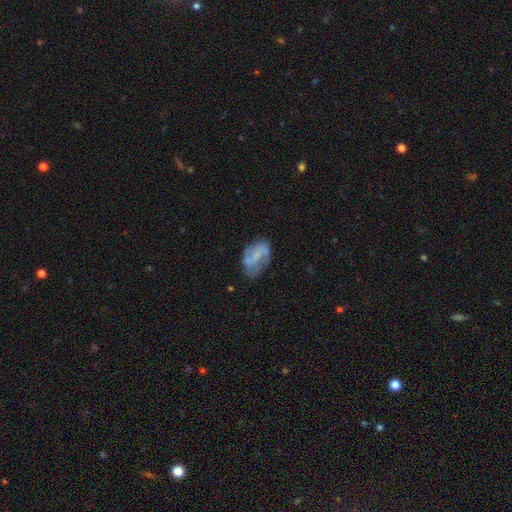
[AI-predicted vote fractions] Smooth or featured? featured or disk (55%)
Edge-on disk? no (97%)
Bar? no (49%)
Spiral arms? yes (57%)
Bulge size? none (53%)
Merging? none (50%)